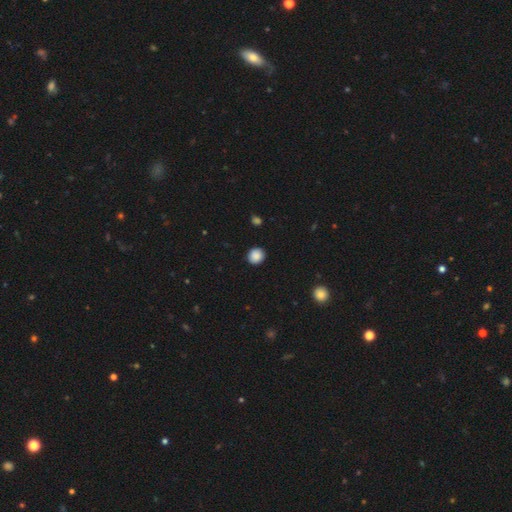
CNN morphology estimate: smooth 88%, star or artifact 9%, featured or disk 3%. Down the decision tree: how rounded — round (85%); merging — none (90%).